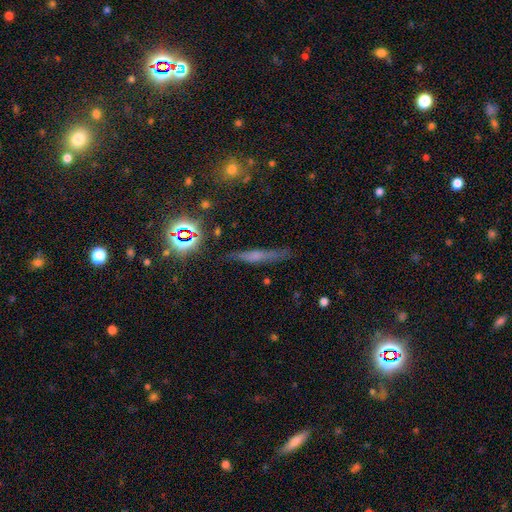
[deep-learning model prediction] This appears to be a featured or disk galaxy (43%). Merging: none (81%).